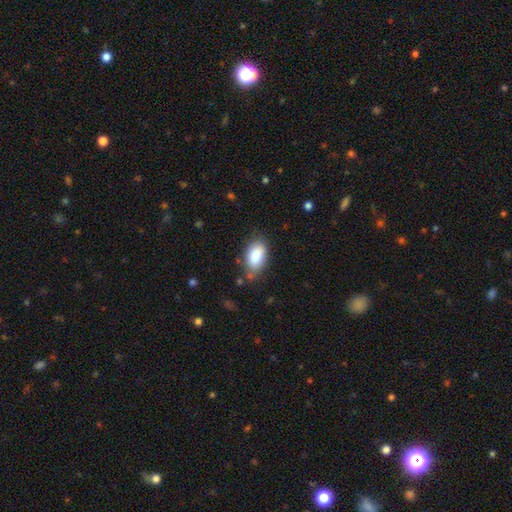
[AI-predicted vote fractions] smooth 87%, star or artifact 6%, featured or disk 6%. Down the decision tree: how rounded — in between (93%); merging — none (71%).